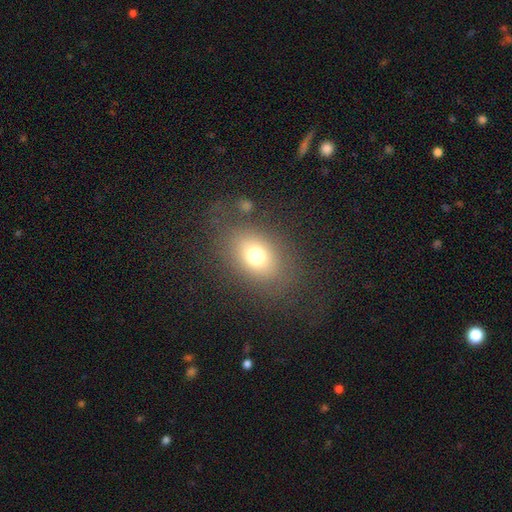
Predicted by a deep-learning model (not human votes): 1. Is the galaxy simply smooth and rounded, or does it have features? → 71% smooth, 15% featured or disk, 14% star or artifact.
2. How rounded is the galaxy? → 68% in between, 31% round, 1% cigar-shaped.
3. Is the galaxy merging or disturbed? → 75% none, 13% minor disturbance, 10% major disturbance, 3% merger.